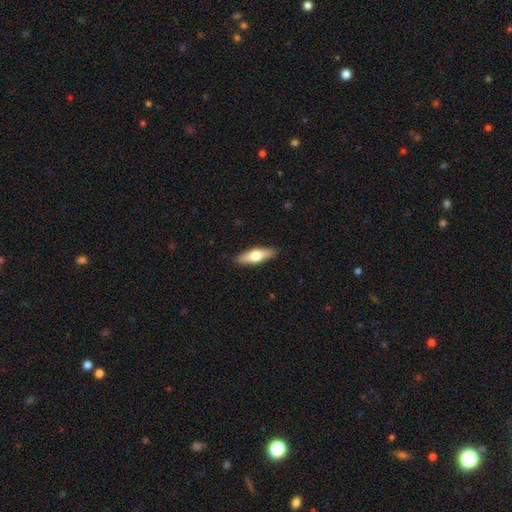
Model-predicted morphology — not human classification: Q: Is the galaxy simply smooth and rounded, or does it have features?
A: smooth — 55%.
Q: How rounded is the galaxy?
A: cigar-shaped — 52%.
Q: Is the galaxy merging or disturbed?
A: none — 89%.